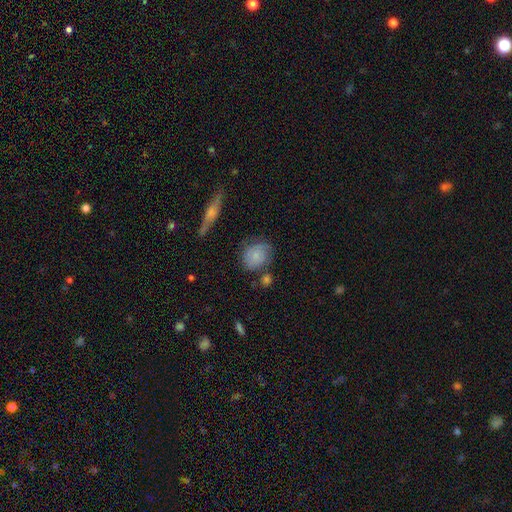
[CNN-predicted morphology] Smooth or featured? smooth (65%)
How rounded? round (65%)
Merging? none (62%)